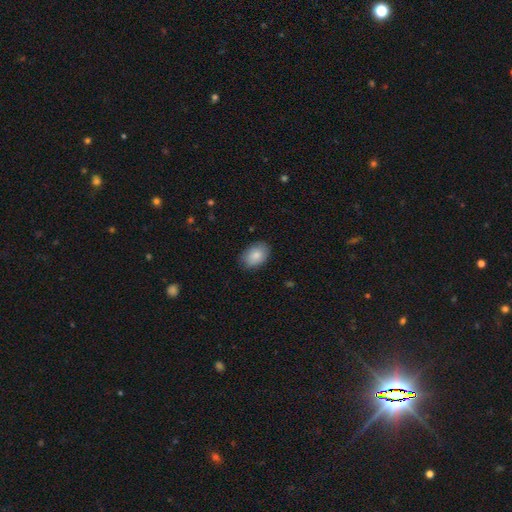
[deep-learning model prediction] smooth_or_featured: smooth (p=0.86) [alt: featured or disk p=0.08]
how_rounded: in between (p=0.85) [alt: round p=0.14]
merging: none (p=0.84) [alt: minor disturbance p=0.13]